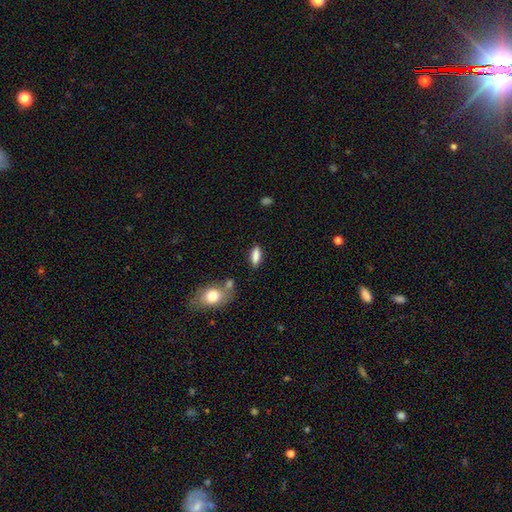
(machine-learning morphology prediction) A smooth galaxy with no disk features (86%) that is in between round and cigar-shaped (73%).

Vote fractions:
- Smooth or featured? smooth: 86% / star or artifact: 7% / featured or disk: 7%
- How rounded? in between: 73% / cigar-shaped: 24% / round: 3%
- Merging? none: 80% / minor disturbance: 12% / merger: 5% / major disturbance: 3%